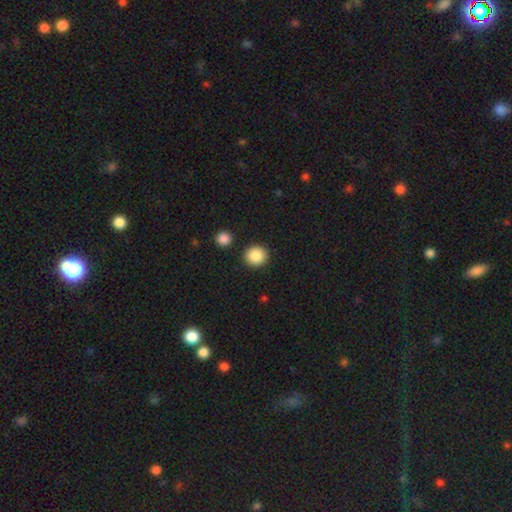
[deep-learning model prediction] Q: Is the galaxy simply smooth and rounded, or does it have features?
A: smooth — 88%.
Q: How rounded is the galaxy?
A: round — 87%.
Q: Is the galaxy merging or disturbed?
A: none — 89%.